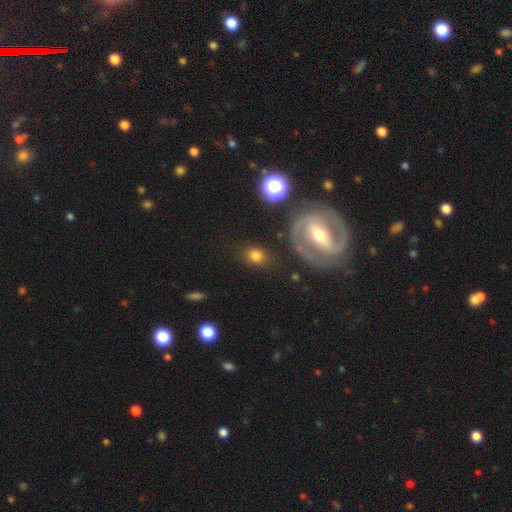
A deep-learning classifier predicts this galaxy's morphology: smooth_or_featured: smooth (p=0.70) [alt: featured or disk p=0.18]
how_rounded: round (p=0.51) [alt: in between p=0.47]
merging: none (p=0.76) [alt: minor disturbance p=0.13]